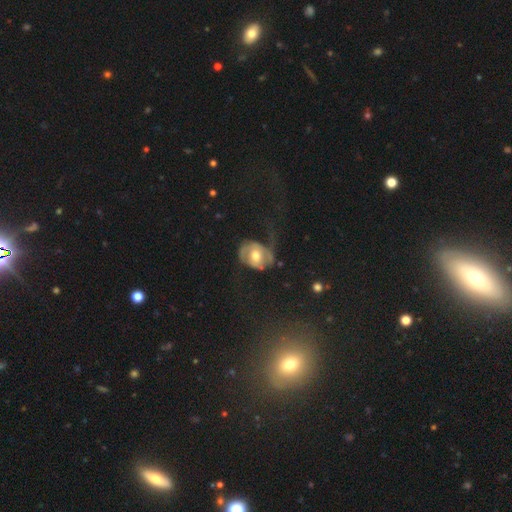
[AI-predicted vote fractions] Q: Smooth or featured?
A: featured or disk (57%); runner-up: smooth (34%)
Q: Edge-on disk?
A: no (95%); runner-up: yes (5%)
Q: Bar?
A: no (63%); runner-up: weak (28%)
Q: Spiral arms?
A: yes (65%); runner-up: no (35%)
Q: Bulge size?
A: moderate (73%); runner-up: large (15%)
Q: Merging?
A: major disturbance (38%); runner-up: none (34%)